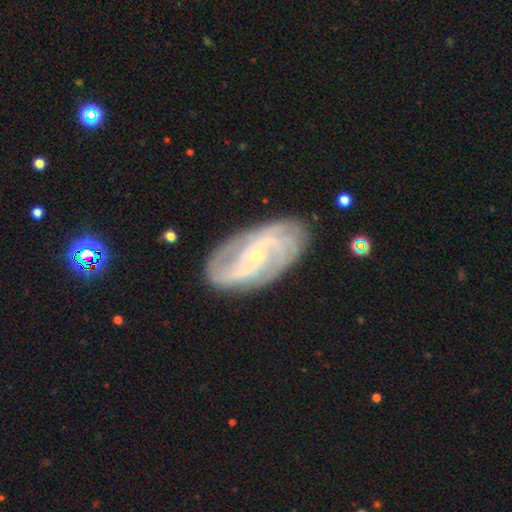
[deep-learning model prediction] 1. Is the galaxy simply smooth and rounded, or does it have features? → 86% featured or disk, 8% smooth, 6% star or artifact.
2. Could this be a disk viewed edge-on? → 95% no, 5% yes.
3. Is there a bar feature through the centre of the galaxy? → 50% no, 33% weak, 17% strong.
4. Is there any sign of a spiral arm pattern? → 95% yes, 5% no.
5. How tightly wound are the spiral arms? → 46% tight, 39% medium, 15% loose.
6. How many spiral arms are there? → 35% 2, 25% can't tell, 17% 3, 11% 4, 6% more than 4, 6% 1.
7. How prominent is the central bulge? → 81% small, 16% moderate, 1% none, 1% large, 1% dominant.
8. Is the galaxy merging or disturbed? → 80% none, 15% minor disturbance, 4% major disturbance, 1% merger.